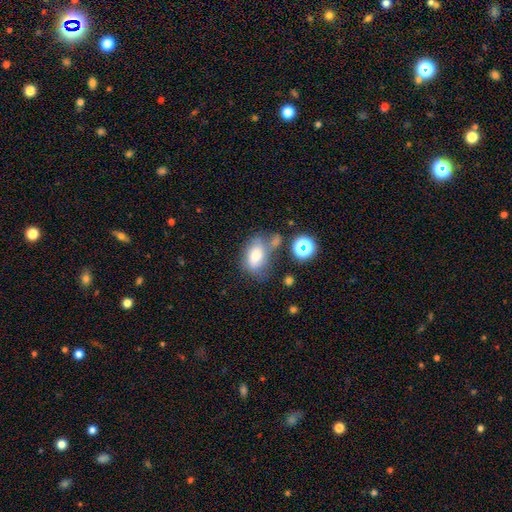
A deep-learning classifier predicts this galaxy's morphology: Smooth or featured: smooth — 67% (featured or disk — 20%)
How rounded: in between — 84% (round — 14%)
Merging: none — 41% (minor disturbance — 24%)